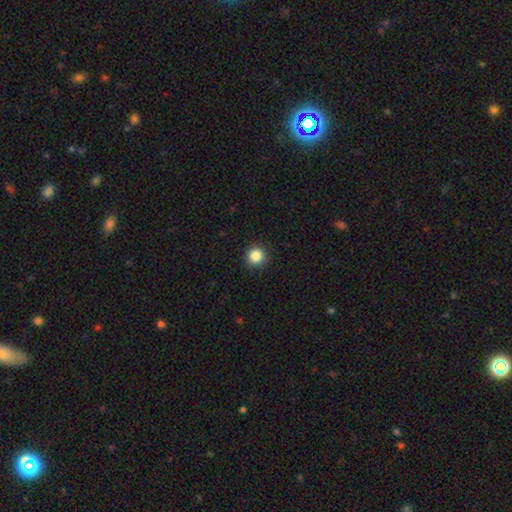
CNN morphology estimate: smooth 86%, star or artifact 10%, featured or disk 3%. Down the decision tree: how rounded — round (95%); merging — none (92%).